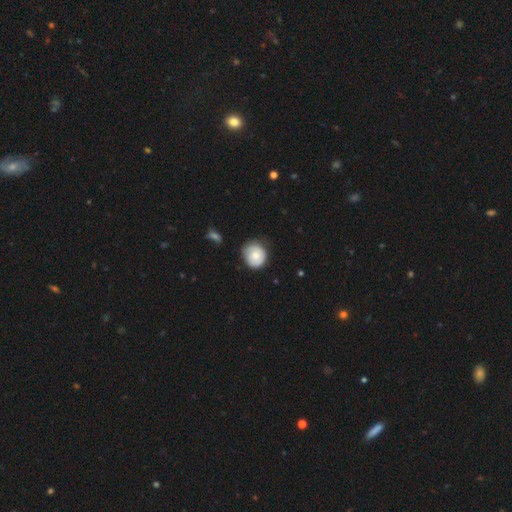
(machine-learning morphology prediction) This is likely a smooth galaxy (69%). How rounded: likely round (78%). Merging: likely none (70%).